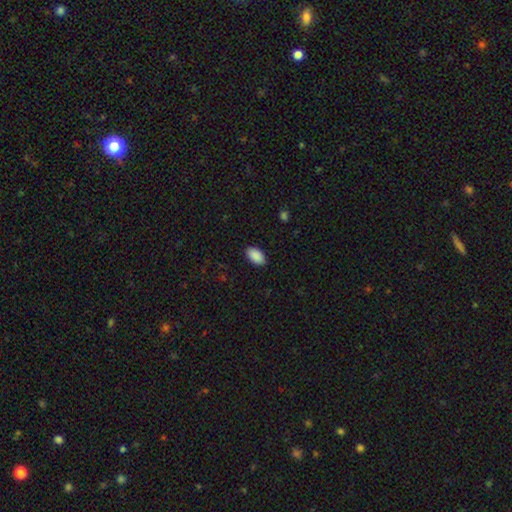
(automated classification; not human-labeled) This is clearly a smooth galaxy (91%). How rounded: clearly in between (95%). Merging: clearly none (89%).